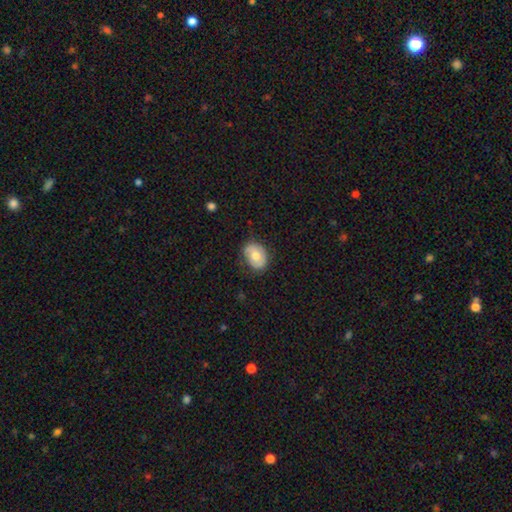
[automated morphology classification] This is likely a smooth galaxy (67%). How rounded: likely in between (68%). Merging: likely none (74%).